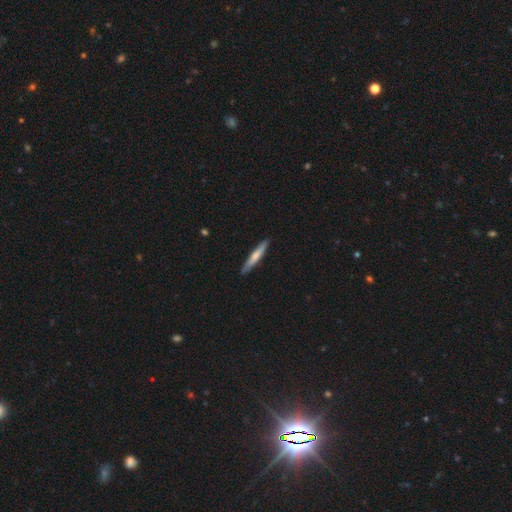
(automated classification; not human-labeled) Smooth or featured? Predicted: smooth (p=0.65). How rounded? Predicted: cigar-shaped (p=0.94). Merging? Predicted: none (p=0.90).